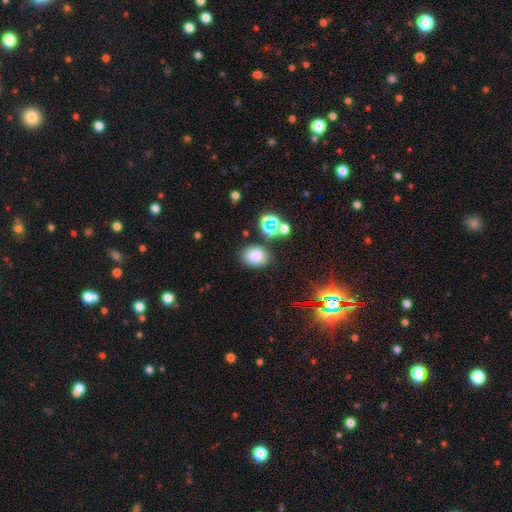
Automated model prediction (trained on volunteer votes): Smooth or featured?
  - smooth: 74% *
  - star or artifact: 16%
  - featured or disk: 10%
How rounded?
  - in between: 52% *
  - round: 47%
  - cigar-shaped: 1%
Merging?
  - none: 78% *
  - minor disturbance: 12%
  - merger: 6%
  - major disturbance: 4%